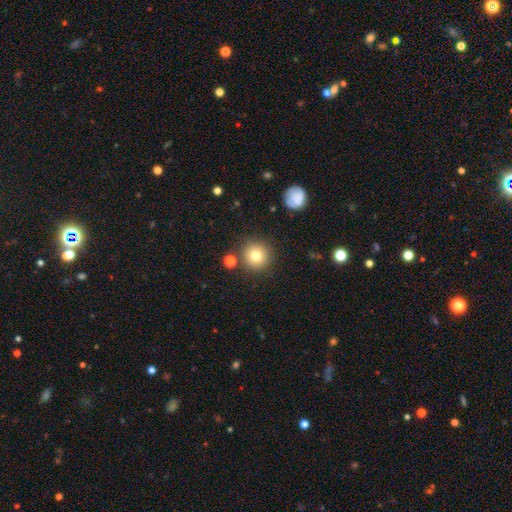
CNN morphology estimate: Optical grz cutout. It shows a smooth galaxy with no disk features (79%) that is round (95%). Merging: none (84%).